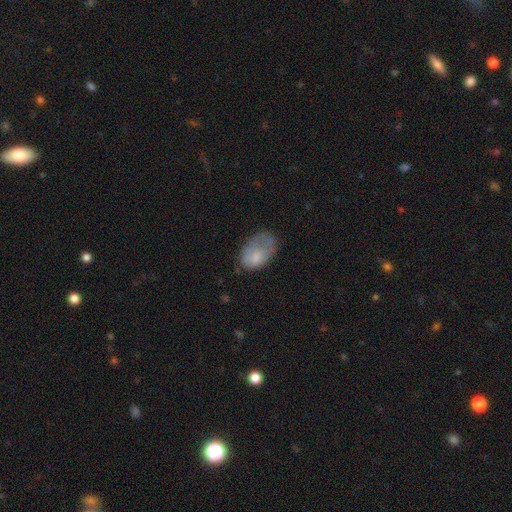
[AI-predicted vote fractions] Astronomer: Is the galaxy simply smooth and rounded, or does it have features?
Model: smooth — 71%.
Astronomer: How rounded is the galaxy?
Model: in between — 89%.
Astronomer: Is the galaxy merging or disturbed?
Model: none — 36% (runner-up: minor disturbance, 34%).